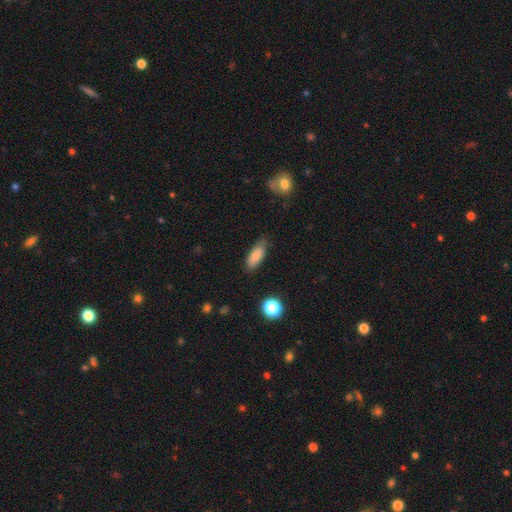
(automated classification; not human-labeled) Morphology: type=smooth (79%); roundness=in between (79%); merging=none (71%).